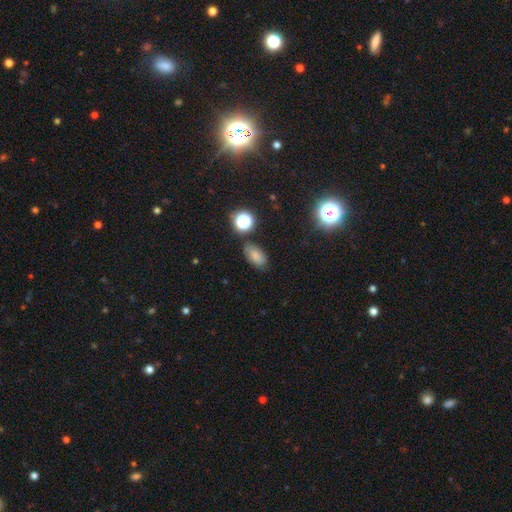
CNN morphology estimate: type=smooth (75%); roundness=in between (89%); merging=none (77%).